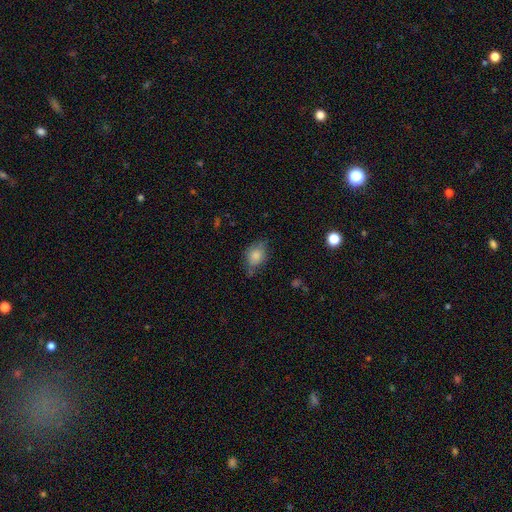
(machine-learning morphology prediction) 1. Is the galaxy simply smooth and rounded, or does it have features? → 79% smooth, 13% featured or disk, 9% star or artifact.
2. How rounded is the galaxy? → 69% in between, 29% round, 2% cigar-shaped.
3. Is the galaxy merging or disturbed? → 58% none, 31% minor disturbance, 8% major disturbance, 3% merger.